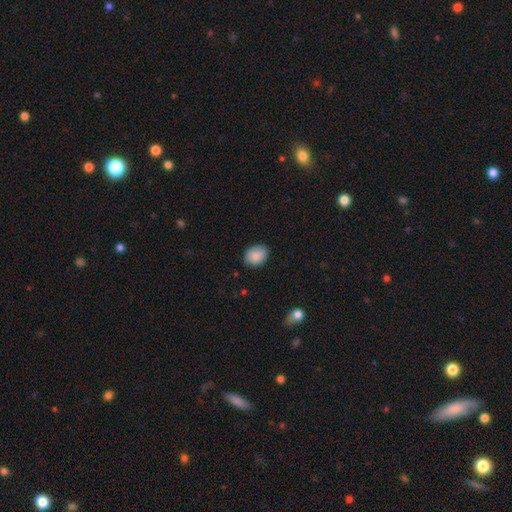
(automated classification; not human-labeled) A smooth galaxy with no disk features (87%) that is in between round and cigar-shaped (59%). Merging: none (78%).